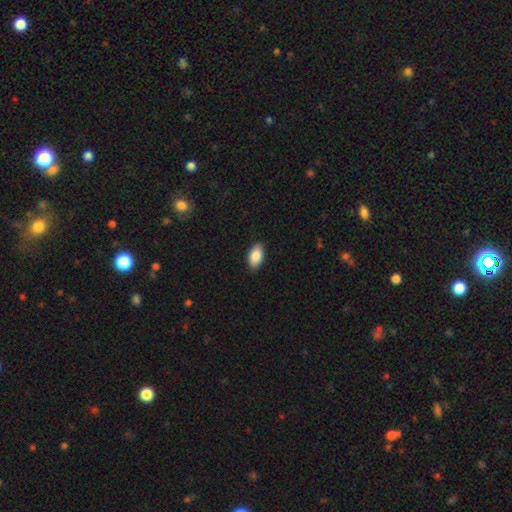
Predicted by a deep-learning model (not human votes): Morphology: type=smooth (88%); roundness=in between (94%); merging=none (88%).